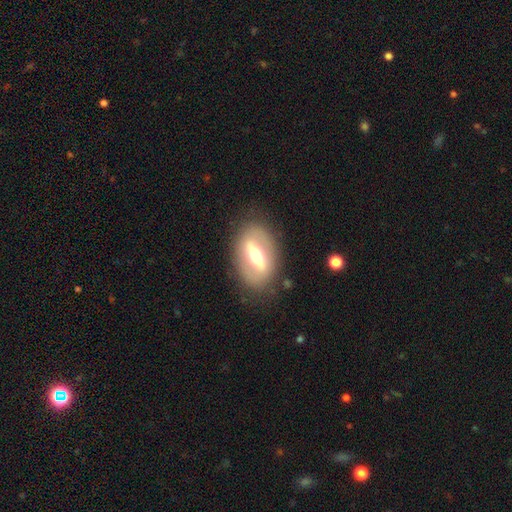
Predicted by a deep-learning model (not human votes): Smooth or featured: featured or disk — 63% (smooth — 30%)
Edge-on disk: no — 75% (yes — 25%)
Merging: none — 81% (minor disturbance — 12%)